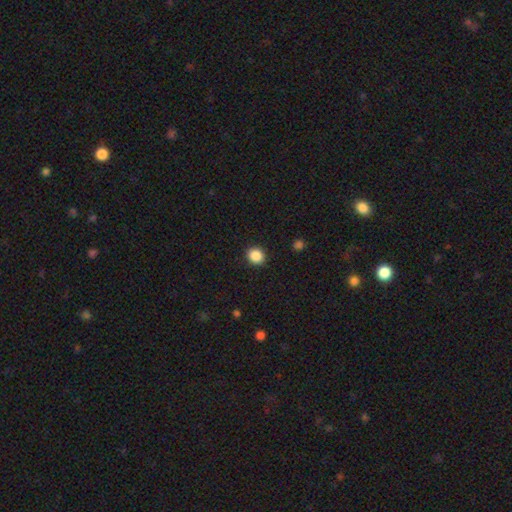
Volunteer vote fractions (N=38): This is clearly a smooth galaxy (92%). How rounded: clearly round (86%). Merging: clearly none (94%).